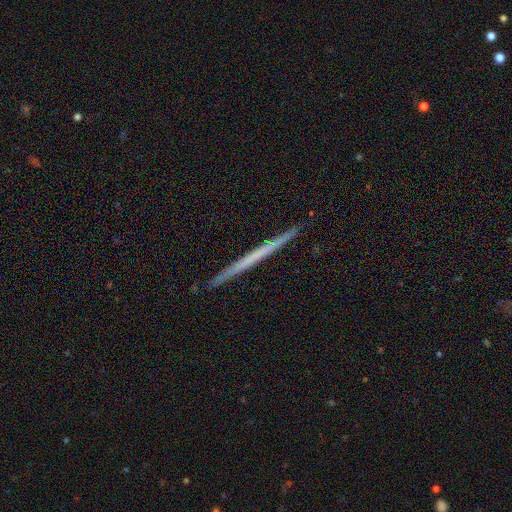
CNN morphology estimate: A featured or disk galaxy (54%) viewed edge-on (98%) with no central bulge (94%). Merging: none (92%).